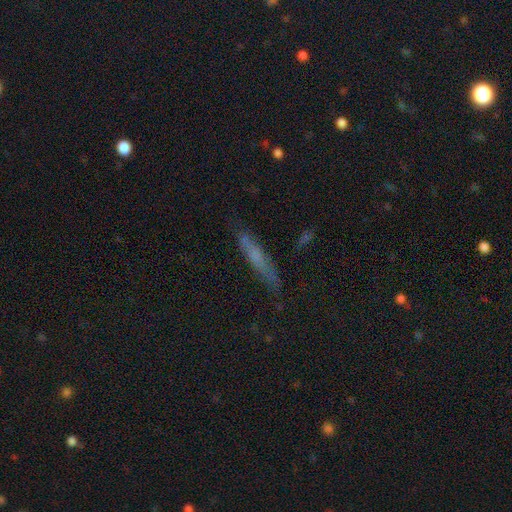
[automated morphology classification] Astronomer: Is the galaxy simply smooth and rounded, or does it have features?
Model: smooth — 54% (runner-up: featured or disk, 35%).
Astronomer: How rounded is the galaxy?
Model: cigar-shaped — 90%.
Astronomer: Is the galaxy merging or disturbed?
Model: none — 77%.